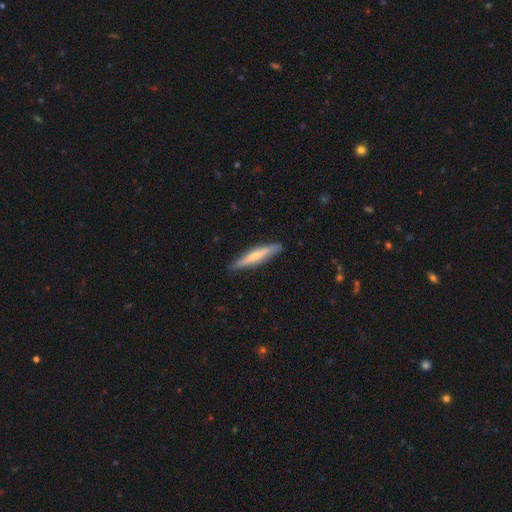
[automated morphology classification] Smooth or featured? Predicted: smooth (p=0.54). How rounded? Predicted: cigar-shaped (p=0.92). Merging? Predicted: none (p=0.88).